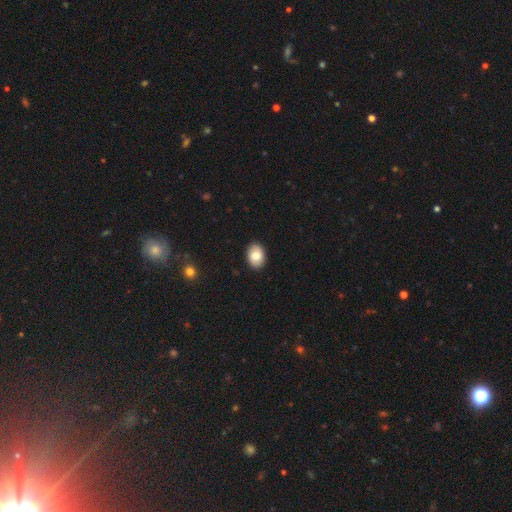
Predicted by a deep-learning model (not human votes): A smooth galaxy with no disk features (82%) that is in between round and cigar-shaped (81%). Merging: none (90%).